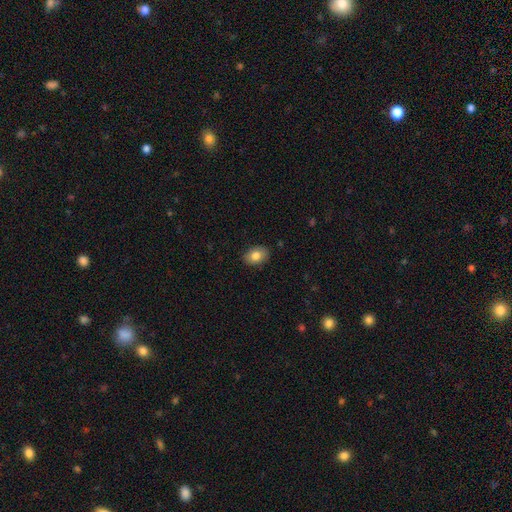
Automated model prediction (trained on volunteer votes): A smooth galaxy with no disk features (82%) that is in between round and cigar-shaped (81%). Merging: none (88%).